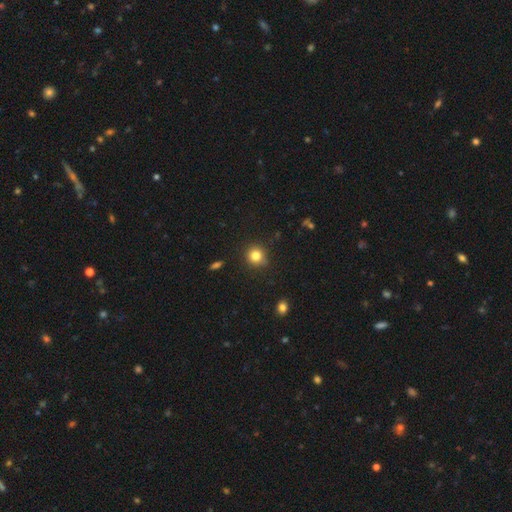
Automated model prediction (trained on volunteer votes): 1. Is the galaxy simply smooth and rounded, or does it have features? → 82% smooth, 12% star or artifact, 6% featured or disk.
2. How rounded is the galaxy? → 87% round, 12% in between, 1% cigar-shaped.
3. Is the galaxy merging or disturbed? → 85% none, 11% minor disturbance, 3% major disturbance, 1% merger.